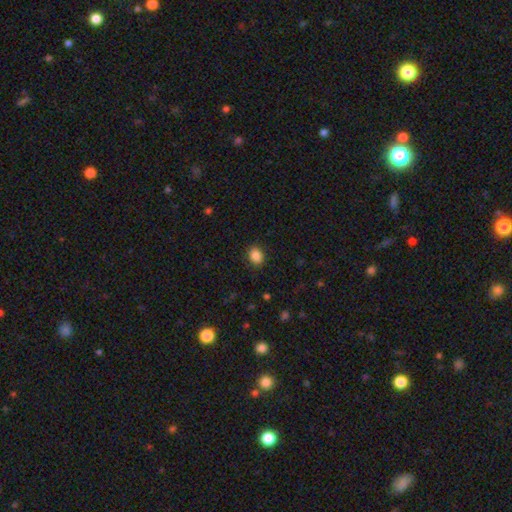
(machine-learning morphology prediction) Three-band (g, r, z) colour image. It shows a smooth galaxy with no disk features (87%) that is in between round and cigar-shaped (56%). Merging: none (88%).